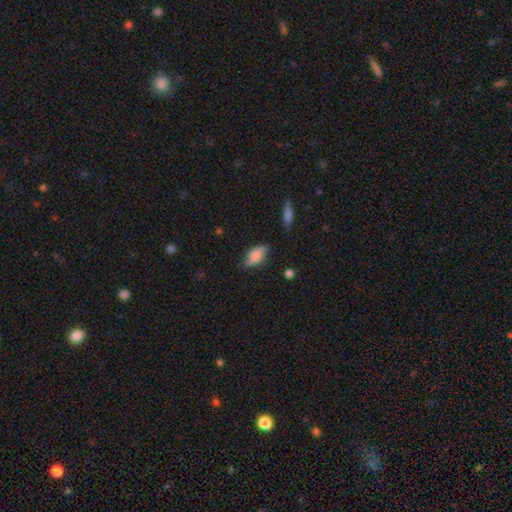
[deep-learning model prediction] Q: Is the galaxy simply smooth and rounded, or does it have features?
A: smooth — 78%.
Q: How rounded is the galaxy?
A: in between — 84%.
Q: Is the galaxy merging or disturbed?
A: none — 72%.